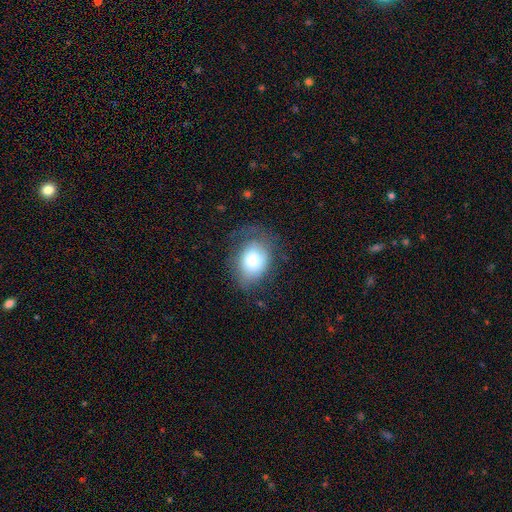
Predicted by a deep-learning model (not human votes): Smooth or featured? Predicted: smooth (p=0.67). How rounded? Predicted: in between (p=0.63). Merging? Predicted: none (p=0.55).